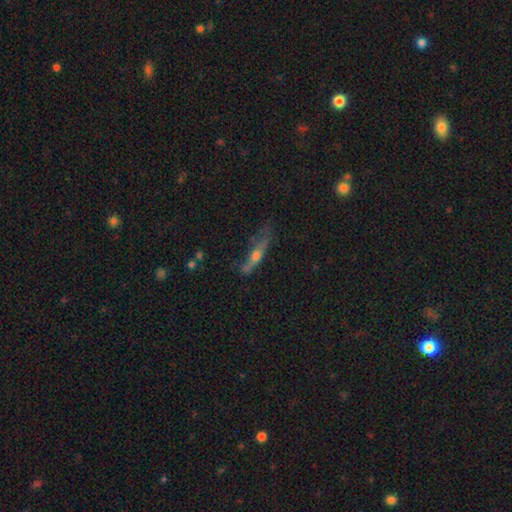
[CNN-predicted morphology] Overall: featured or disk (52%; smooth 38%). Edge-on disk: yes (79%). Merging: none (47%; minor disturbance 28%).